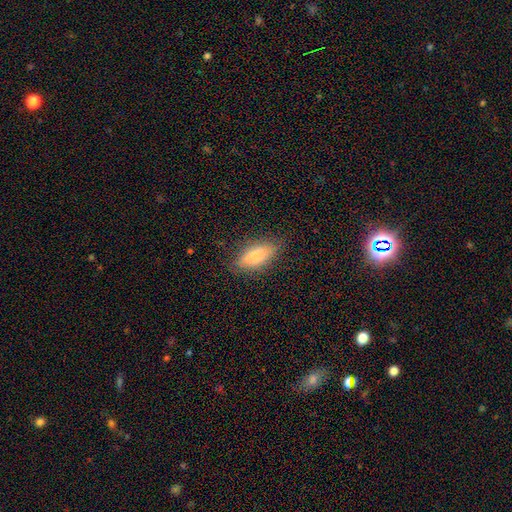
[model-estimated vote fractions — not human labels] The model was most divided on "smooth or featured": smooth: 74%, featured or disk: 18%, star or artifact: 8%. More confident: merging — none (80%); how rounded — in between (76%).